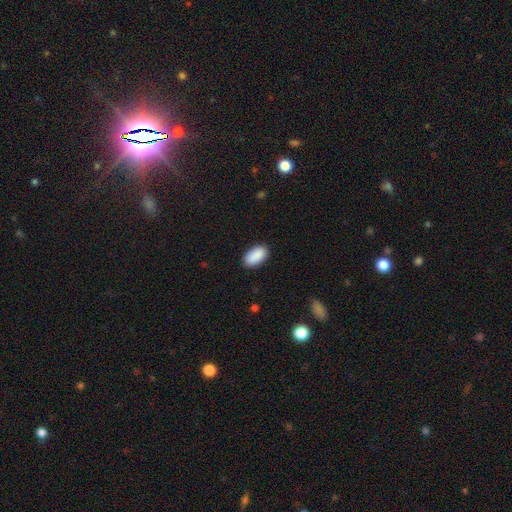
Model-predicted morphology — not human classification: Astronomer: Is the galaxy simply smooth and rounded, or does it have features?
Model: smooth — 90%.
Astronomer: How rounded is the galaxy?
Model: in between — 94%.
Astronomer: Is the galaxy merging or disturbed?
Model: none — 88%.